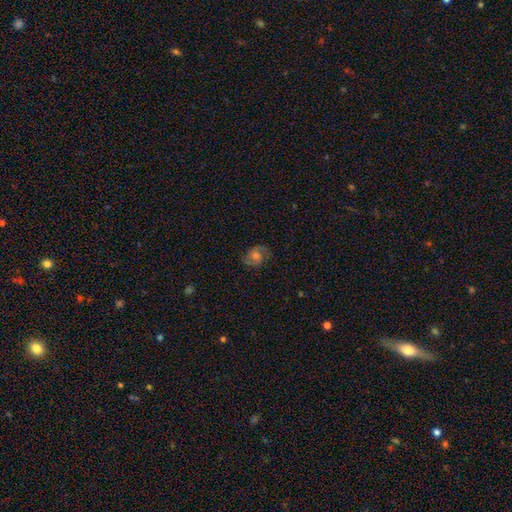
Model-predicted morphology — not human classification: A featured or disk galaxy (72%) with no bar (49%), 2 (90%) medium (53%) spiral arms (93%) and a moderate central bulge (52%). Merging: none (81%).